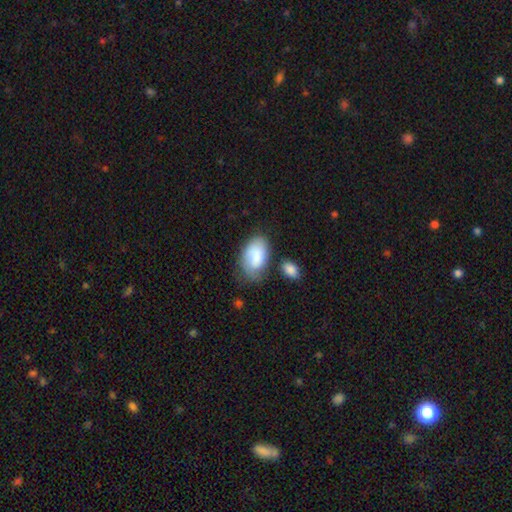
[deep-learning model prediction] smooth 78%, featured or disk 15%, star or artifact 7%. Down the decision tree: how rounded — in between (91%); merging — none (50%).